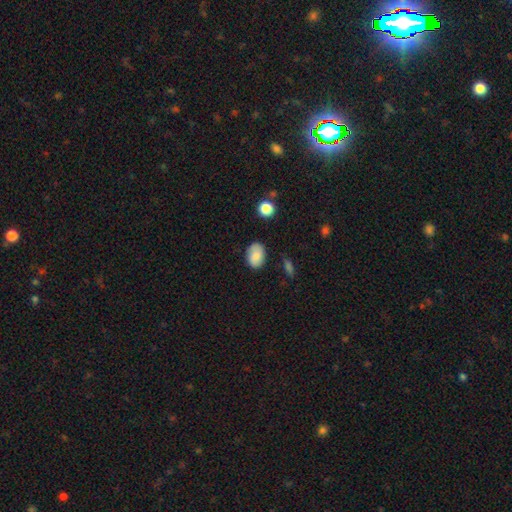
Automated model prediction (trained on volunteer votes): Smooth or featured? smooth (80%)
How rounded? in between (80%)
Merging? none (75%)